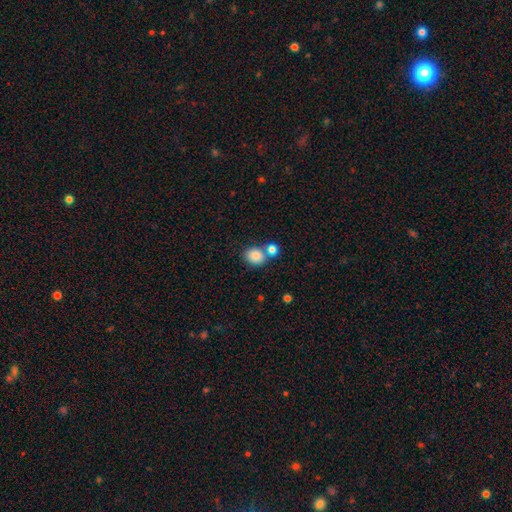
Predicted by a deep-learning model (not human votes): Smooth or featured?
  - smooth: 84% *
  - star or artifact: 9%
  - featured or disk: 6%
How rounded?
  - round: 59% *
  - in between: 40%
  - cigar-shaped: 1%
Merging?
  - none: 58% *
  - merger: 29%
  - minor disturbance: 10%
  - major disturbance: 3%